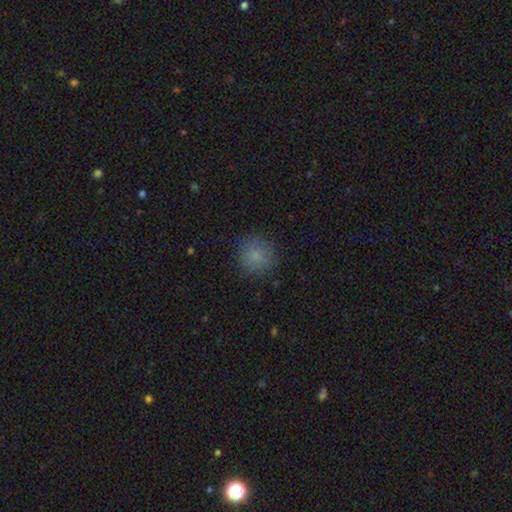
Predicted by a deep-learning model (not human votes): The model was most divided on "smooth or featured": smooth: 82%, star or artifact: 11%, featured or disk: 7%. More confident: how rounded — round (92%); merging — none (84%).